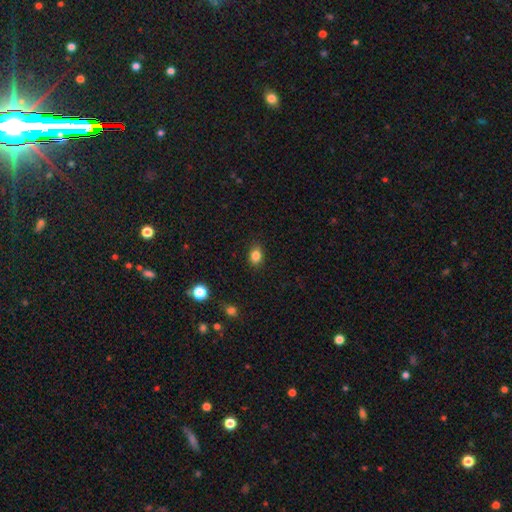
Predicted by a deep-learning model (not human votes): A smooth galaxy with no disk features (84%) that is in between round and cigar-shaped (69%).

Vote fractions:
- Smooth or featured? smooth: 84% / star or artifact: 11% / featured or disk: 5%
- How rounded? in between: 69% / round: 29% / cigar-shaped: 1%
- Merging? none: 86% / minor disturbance: 10% / major disturbance: 2% / merger: 1%